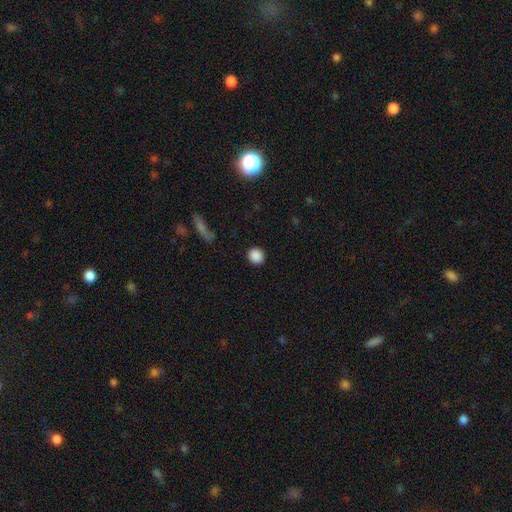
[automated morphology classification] Overall: smooth (89%). How rounded: round (84%). Merging: none (90%).